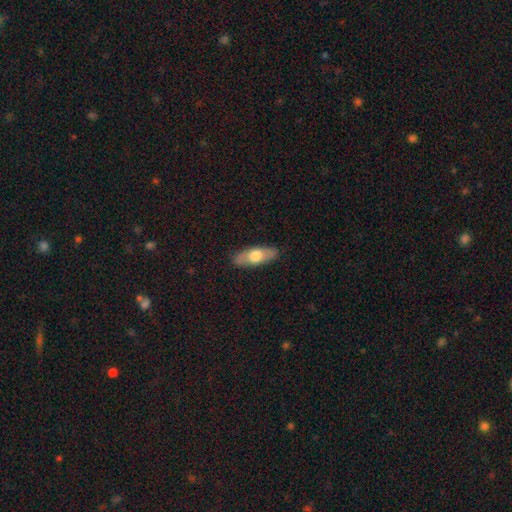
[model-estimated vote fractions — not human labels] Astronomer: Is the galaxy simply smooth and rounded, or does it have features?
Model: smooth — 61%.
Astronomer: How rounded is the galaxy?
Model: in between — 68%.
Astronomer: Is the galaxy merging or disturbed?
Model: none — 88%.